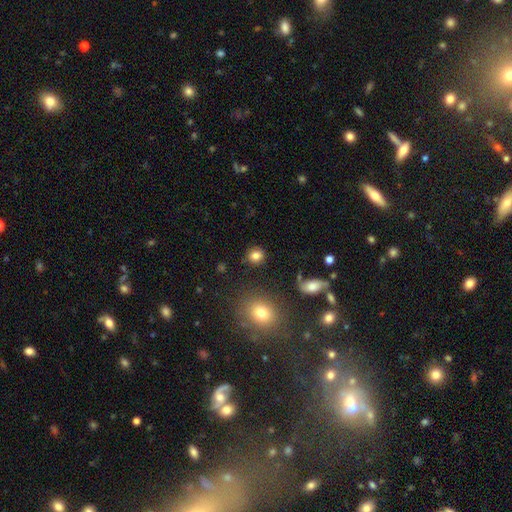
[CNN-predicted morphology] smooth-or-featured: smooth: 82% | star or artifact: 11% | featured or disk: 6%
  how-rounded: round: 83% | in between: 16% | cigar-shaped: 1%
  merging: none: 88% | minor disturbance: 7% | major disturbance: 3% | merger: 2%